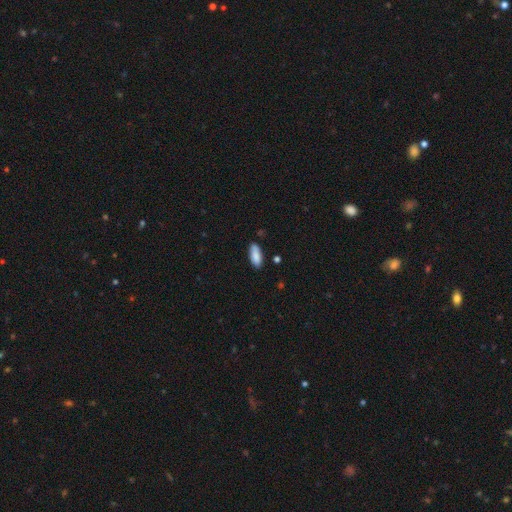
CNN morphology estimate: Overall: smooth (87%). How rounded: in between (80%). Merging: none (80%).